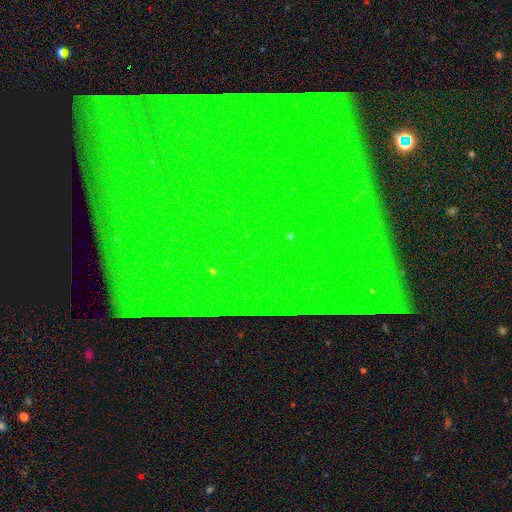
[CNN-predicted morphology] Smooth or featured?
  - star or artifact: 85% *
  - featured or disk: 9%
  - smooth: 7%